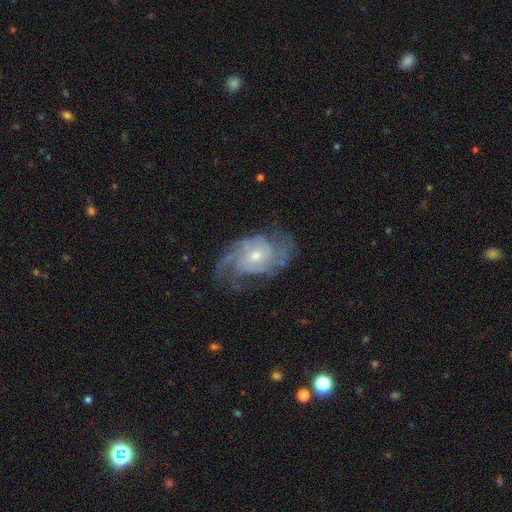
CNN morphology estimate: This appears to be a featured or disk galaxy (85%) with no bar (70%), 2 (38%) tight (45%) spiral arms (94%) and a small central bulge (54%). Merging: none (65%).